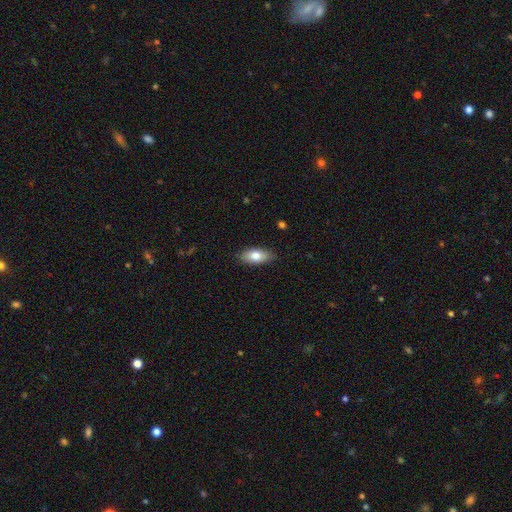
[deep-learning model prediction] This appears to be a smooth galaxy with no disk features (78%) that is in between round and cigar-shaped (87%). Merging: none (87%).